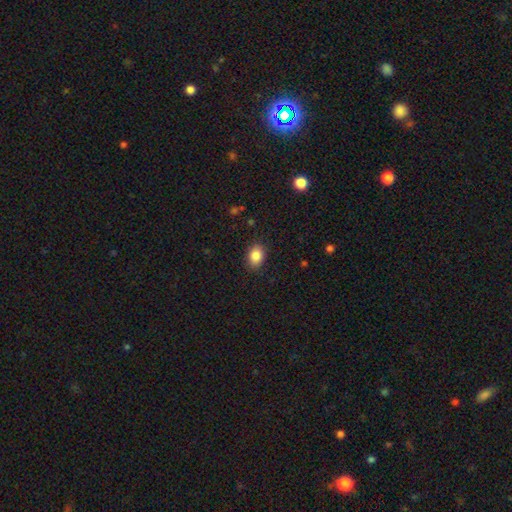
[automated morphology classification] The model was most divided on "how rounded": in between: 72%, round: 27%, cigar-shaped: 1%. More confident: merging — none (88%); smooth or featured — smooth (87%).